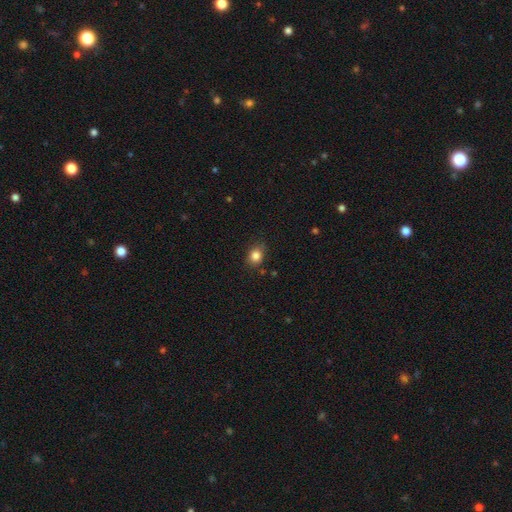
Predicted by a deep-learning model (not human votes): This appears to be a smooth galaxy with no disk features (84%) that is round (53%). Merging: none (80%).